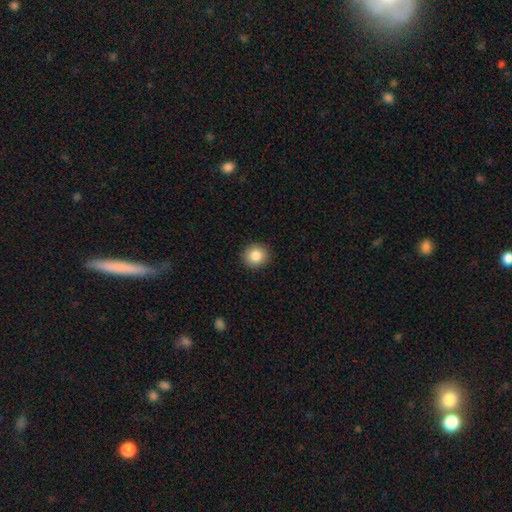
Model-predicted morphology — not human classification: Smooth or featured: smooth — 86% (star or artifact — 9%)
How rounded: round — 86% (in between — 13%)
Merging: none — 91% (minor disturbance — 6%)